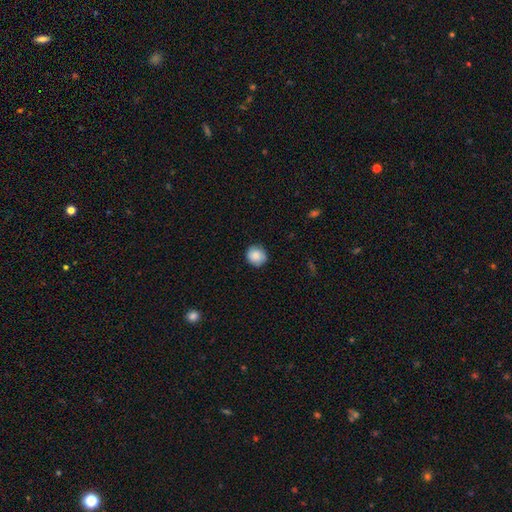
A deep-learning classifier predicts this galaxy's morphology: Smooth or featured? smooth (86%)
How rounded? round (85%)
Merging? none (83%)